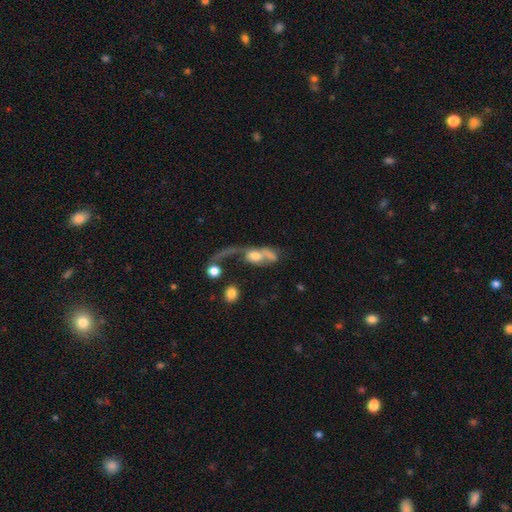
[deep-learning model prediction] The model was most divided on "smooth or featured": featured or disk: 50%, smooth: 39%, star or artifact: 11%. Remaining: merging — major disturbance (47%).